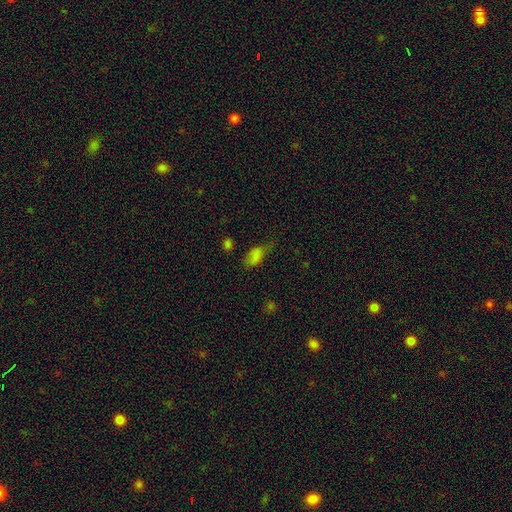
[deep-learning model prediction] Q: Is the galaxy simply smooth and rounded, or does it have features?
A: smooth — 75%.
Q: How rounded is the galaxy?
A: in between — 88%.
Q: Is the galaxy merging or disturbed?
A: none — 39%.